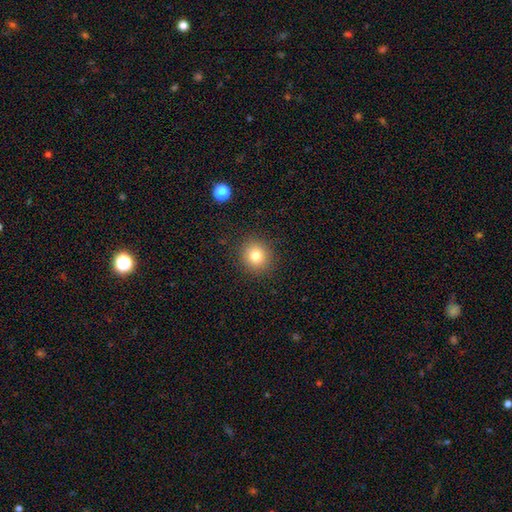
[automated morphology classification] A smooth galaxy with no disk features (81%) that is round (86%). Merging: none (90%).